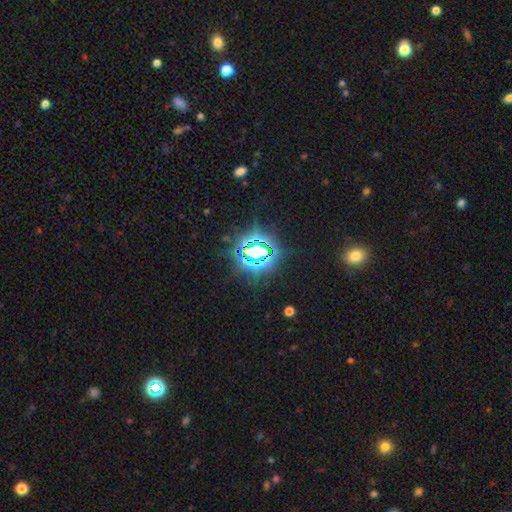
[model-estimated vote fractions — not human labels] smooth_or_featured: star or artifact (p=0.81) [alt: smooth p=0.12]